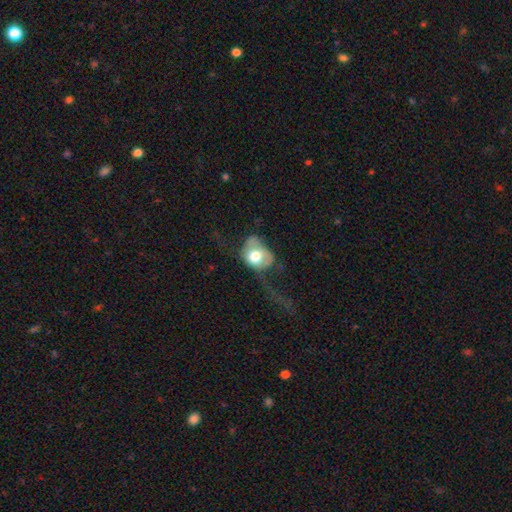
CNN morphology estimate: The model was most divided on "how rounded": in between: 62%, round: 37%, cigar-shaped: 2%. More confident: smooth or featured — smooth (60%); merging — major disturbance (58%).